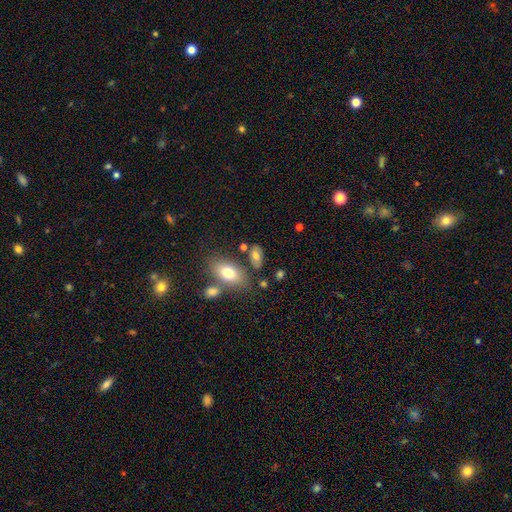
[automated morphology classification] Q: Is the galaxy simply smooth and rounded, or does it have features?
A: smooth — 74%.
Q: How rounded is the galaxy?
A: in between — 89%.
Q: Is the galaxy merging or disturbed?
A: none — 66%.